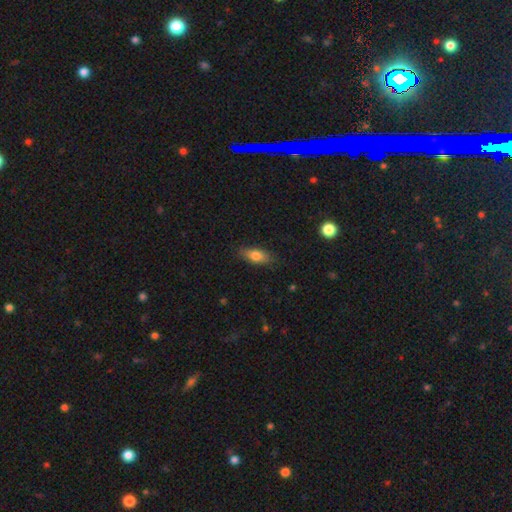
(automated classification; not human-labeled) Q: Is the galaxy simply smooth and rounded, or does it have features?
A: smooth — 77%.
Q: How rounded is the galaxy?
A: in between — 78%.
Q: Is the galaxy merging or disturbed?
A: none — 83%.